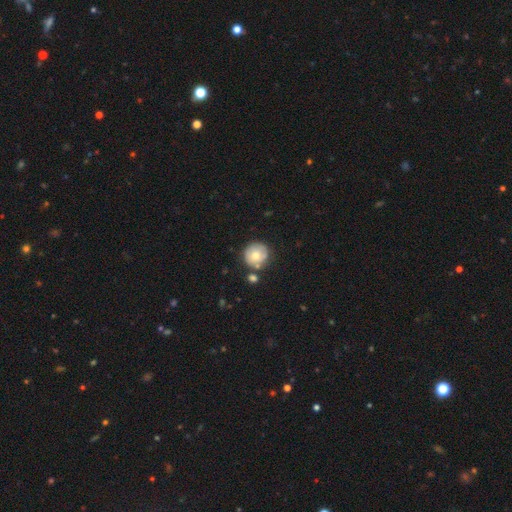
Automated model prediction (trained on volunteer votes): This is likely a smooth galaxy (63%). How rounded: clearly round (93%). Merging: likely none (68%).